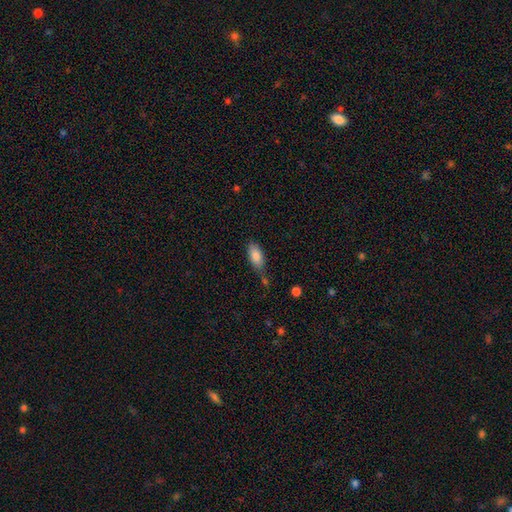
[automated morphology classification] Smooth or featured? smooth (85%)
How rounded? in between (89%)
Merging? none (59%)